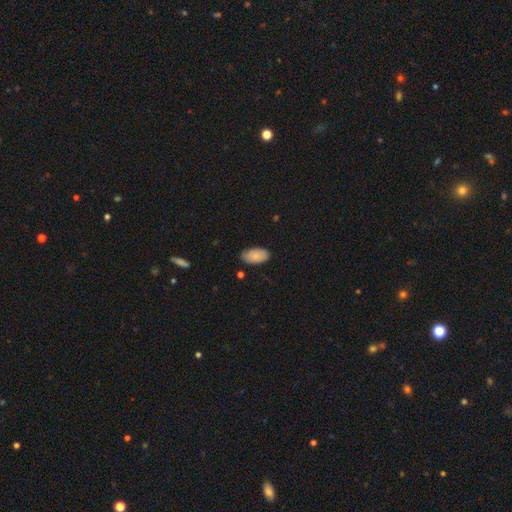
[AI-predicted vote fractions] Smooth or featured?
  - smooth: 82% *
  - featured or disk: 12%
  - star or artifact: 7%
How rounded?
  - in between: 95% *
  - round: 3%
  - cigar-shaped: 2%
Merging?
  - none: 81% *
  - minor disturbance: 15%
  - major disturbance: 2%
  - merger: 1%